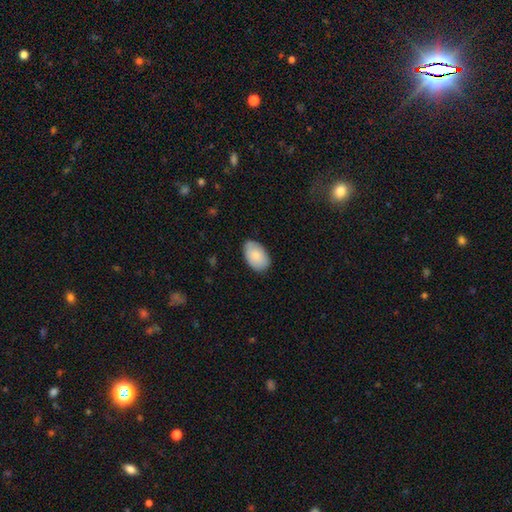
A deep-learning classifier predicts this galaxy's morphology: Smooth or featured? Predicted: smooth (p=0.85). How rounded? Predicted: in between (p=0.93). Merging? Predicted: none (p=0.81).